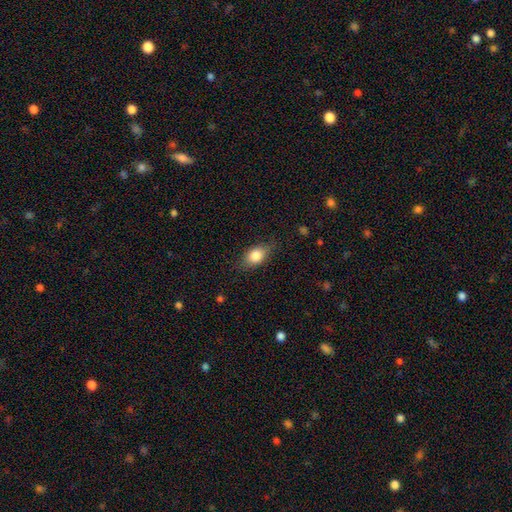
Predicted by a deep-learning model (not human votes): Smooth or featured? Predicted: smooth (p=0.81). How rounded? Predicted: in between (p=0.80). Merging? Predicted: none (p=0.77).